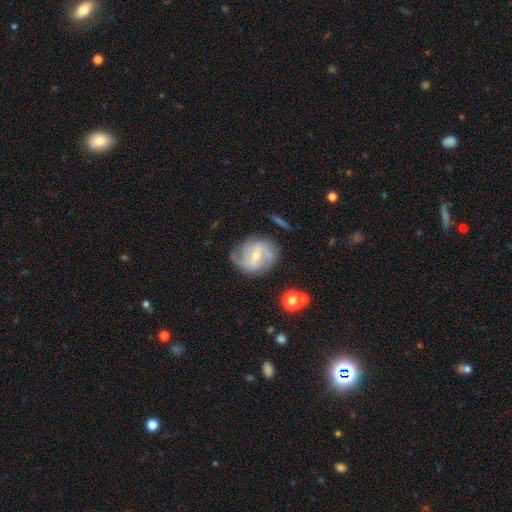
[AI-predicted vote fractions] smooth_or_featured: featured or disk (p=0.76) [alt: smooth p=0.17]
disk_edge_on: no (p=0.97) [alt: yes p=0.03]
bar: weak (p=0.52) [alt: strong p=0.29]
has_spiral_arms: yes (p=0.88) [alt: no p=0.12]
spiral_winding: medium (p=0.43) [alt: tight p=0.32]
spiral_arm_count: 2 (p=0.52) [alt: can't tell p=0.22]
bulge_size: small (p=0.52) [alt: moderate p=0.42]
merging: none (p=0.63) [alt: minor disturbance p=0.23]